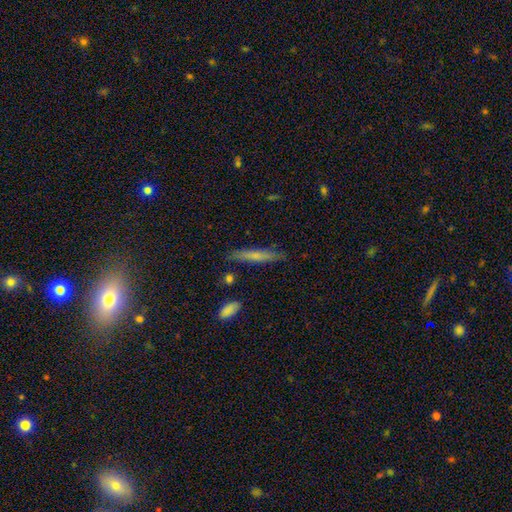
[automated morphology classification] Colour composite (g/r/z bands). It shows a smooth galaxy with no disk features (64%) that is cigar-shaped (92%). Merging: none (84%).